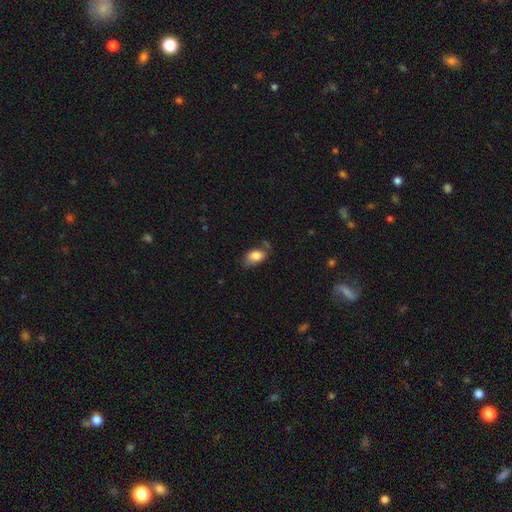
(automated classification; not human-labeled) Morphology: type=smooth (84%); roundness=in between (90%); merging=none (55%).